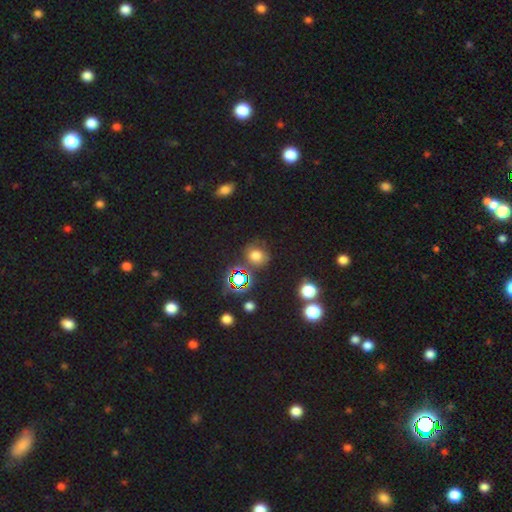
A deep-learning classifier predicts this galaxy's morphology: The model was most divided on "smooth or featured": smooth: 61%, star or artifact: 27%, featured or disk: 12%. More confident: how rounded — round (76%); merging — none (69%).